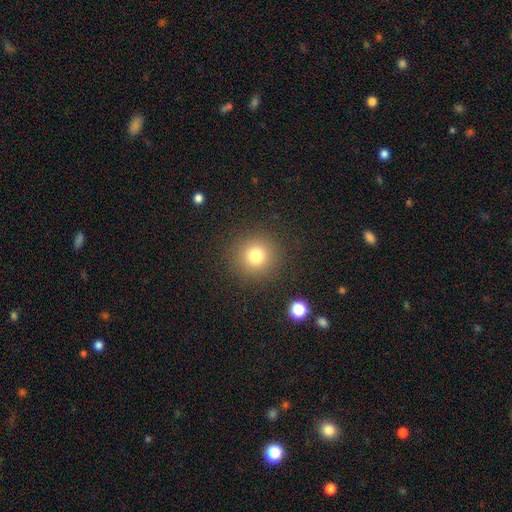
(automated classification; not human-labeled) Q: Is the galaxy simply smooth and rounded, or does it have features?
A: smooth — 77%.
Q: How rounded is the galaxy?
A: round — 95%.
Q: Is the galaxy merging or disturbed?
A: none — 90%.